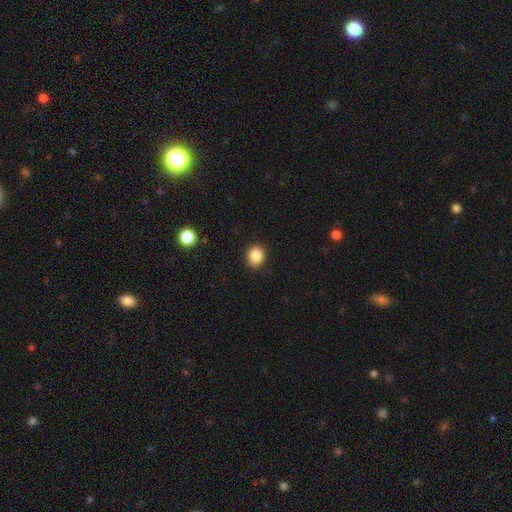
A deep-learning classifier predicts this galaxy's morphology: This appears to be a smooth galaxy with no disk features (87%) that is round (69%). Merging: none (91%).